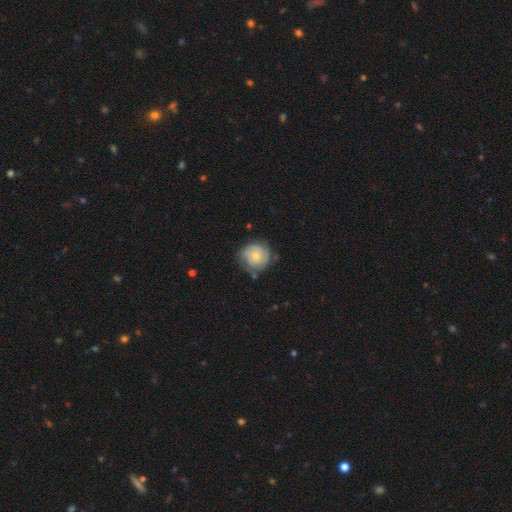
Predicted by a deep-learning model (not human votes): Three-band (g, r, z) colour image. It shows a smooth galaxy with no disk features (53%) that is round (88%). Merging: none (61%).